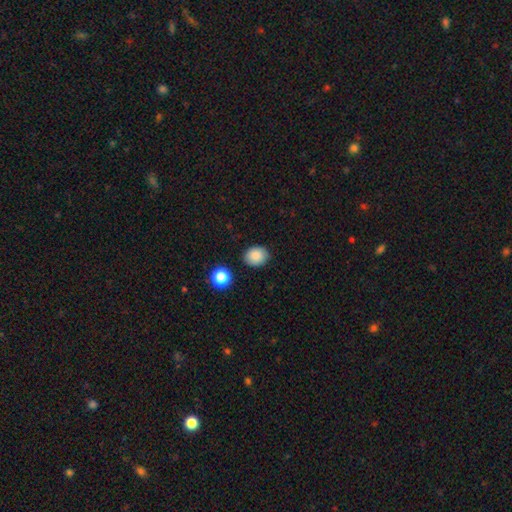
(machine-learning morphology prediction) smooth-or-featured: smooth: 86% | star or artifact: 9% | featured or disk: 4%
  how-rounded: round: 53% | in between: 46% | cigar-shaped: 1%
  merging: none: 86% | minor disturbance: 10% | major disturbance: 2% | merger: 2%